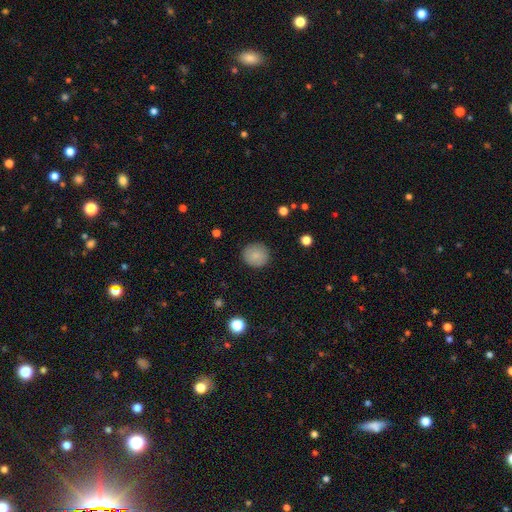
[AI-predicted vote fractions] This appears to be a smooth galaxy with no disk features (86%) that is round (92%). Merging: none (89%).